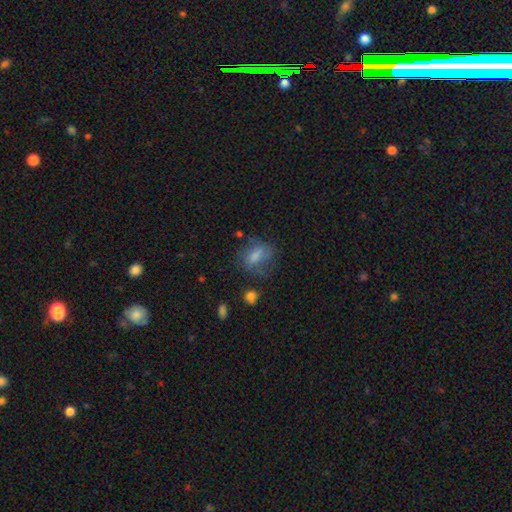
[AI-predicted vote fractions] smooth-or-featured: smooth: 65% | featured or disk: 24% | star or artifact: 11%
  how-rounded: in between: 72% | round: 22% | cigar-shaped: 6%
  merging: none: 52% | minor disturbance: 25% | major disturbance: 20% | merger: 4%